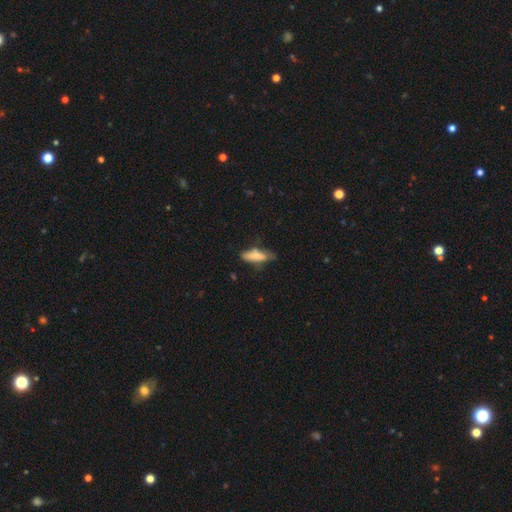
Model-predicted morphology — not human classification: smooth_or_featured: smooth (p=0.76) [alt: featured or disk p=0.18]
how_rounded: cigar-shaped (p=0.56) [alt: in between p=0.42]
merging: none (p=0.61) [alt: minor disturbance p=0.29]